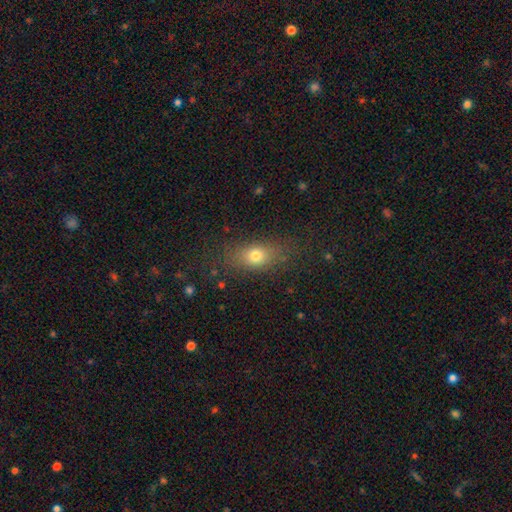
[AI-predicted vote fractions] smooth 73%, featured or disk 14%, star or artifact 13%. Down the decision tree: how rounded — in between (67%); merging — none (77%).